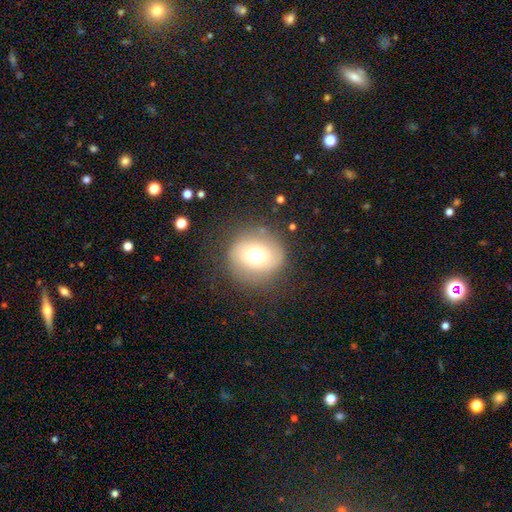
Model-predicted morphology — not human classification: The model was most divided on "smooth or featured": smooth: 68%, featured or disk: 20%, star or artifact: 12%. More confident: how rounded — round (88%); merging — none (79%).